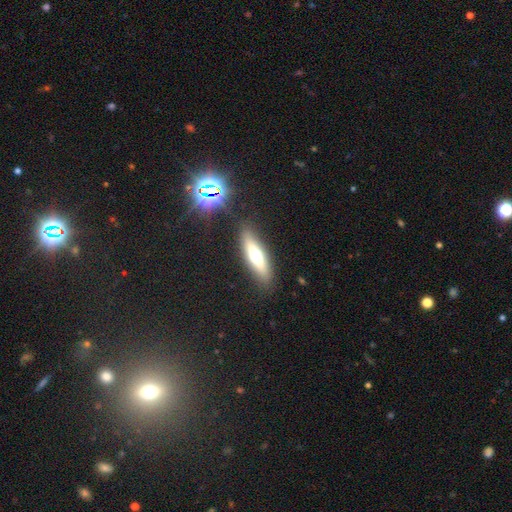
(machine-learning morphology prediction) Smooth or featured?
  - smooth: 47% *
  - featured or disk: 44%
  - star or artifact: 9%
Merging?
  - none: 85% *
  - minor disturbance: 10%
  - major disturbance: 3%
  - merger: 2%